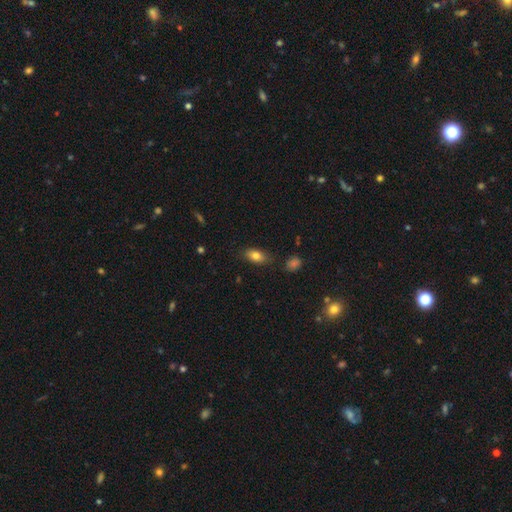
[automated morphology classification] A smooth galaxy with no disk features (80%) that is in between round and cigar-shaped (88%).

Vote fractions:
- Smooth or featured? smooth: 80% / featured or disk: 12% / star or artifact: 9%
- How rounded? in between: 88% / round: 7% / cigar-shaped: 6%
- Merging? none: 81% / minor disturbance: 13% / major disturbance: 3% / merger: 2%